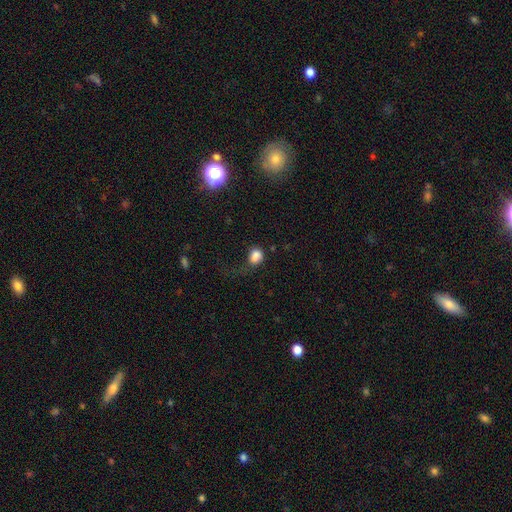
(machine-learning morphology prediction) Smooth or featured? smooth (81%)
How rounded? round (50%)
Merging? none (37%)